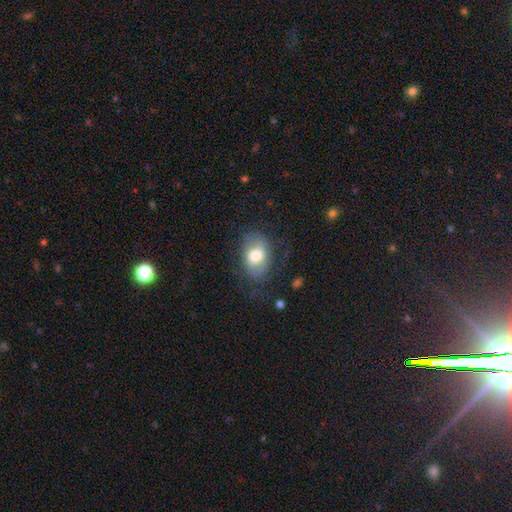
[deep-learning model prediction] Smooth or featured: smooth — 62% (featured or disk — 30%)
How rounded: in between — 82% (round — 16%)
Merging: none — 63% (minor disturbance — 22%)